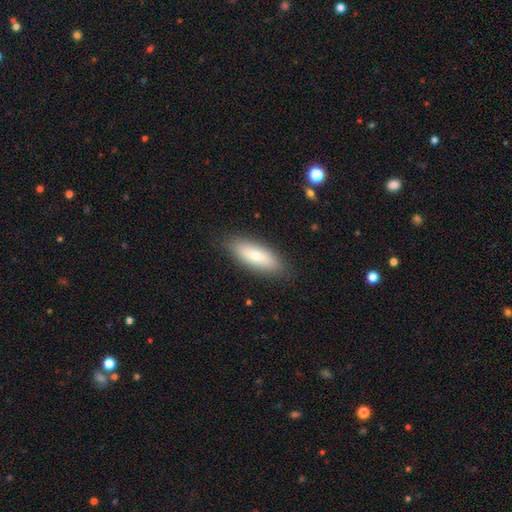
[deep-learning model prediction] Smooth or featured?
  - smooth: 73% *
  - featured or disk: 21%
  - star or artifact: 7%
How rounded?
  - in between: 64% *
  - cigar-shaped: 34%
  - round: 2%
Merging?
  - none: 86% *
  - minor disturbance: 10%
  - major disturbance: 3%
  - merger: 1%